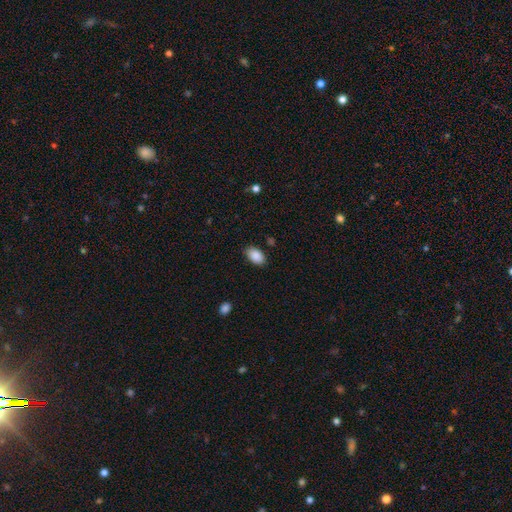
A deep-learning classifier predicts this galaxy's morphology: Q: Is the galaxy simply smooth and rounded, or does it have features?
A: smooth — 89%.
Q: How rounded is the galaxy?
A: in between — 92%.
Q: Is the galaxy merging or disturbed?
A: none — 85%.